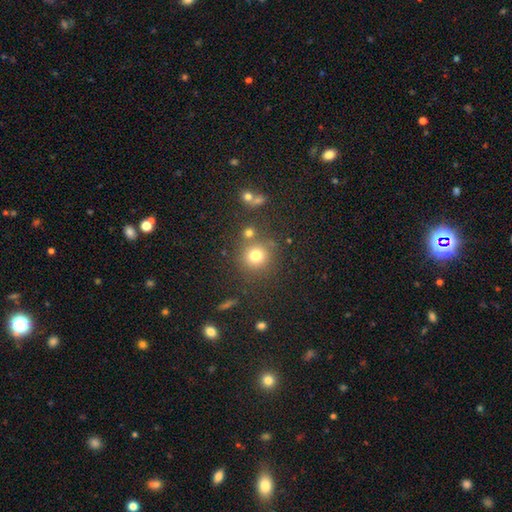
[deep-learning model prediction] smooth-or-featured: smooth: 75% | star or artifact: 16% | featured or disk: 9%
  how-rounded: round: 92% | in between: 7% | cigar-shaped: 1%
  merging: none: 75% | merger: 11% | minor disturbance: 9% | major disturbance: 4%